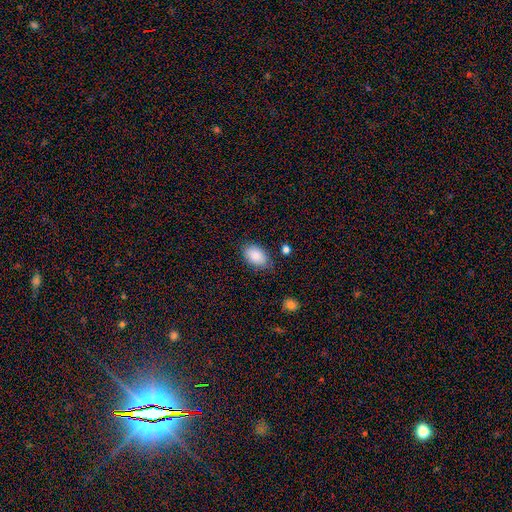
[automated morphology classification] smooth_or_featured: smooth (p=0.87) [alt: star or artifact p=0.07]
how_rounded: in between (p=0.90) [alt: round p=0.09]
merging: none (p=0.76) [alt: minor disturbance p=0.18]